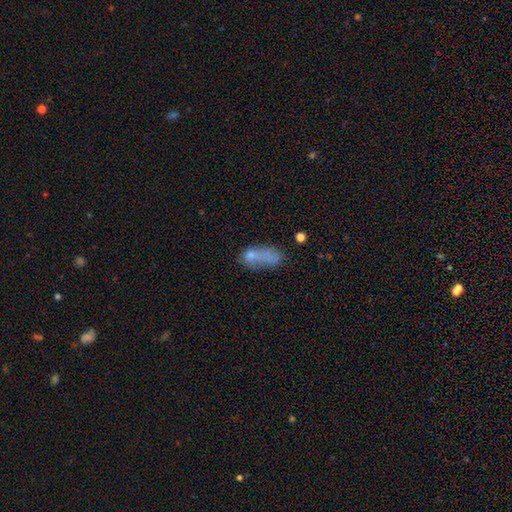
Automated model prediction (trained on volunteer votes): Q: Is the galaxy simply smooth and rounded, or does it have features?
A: smooth — 66%.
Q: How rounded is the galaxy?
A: in between — 80%.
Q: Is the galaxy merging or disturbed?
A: major disturbance — 30%.